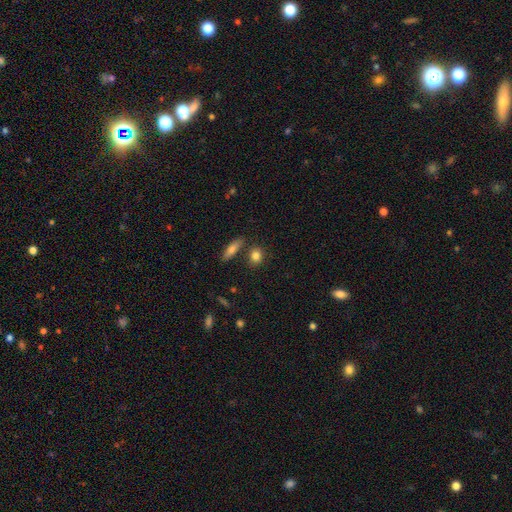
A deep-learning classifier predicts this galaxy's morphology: smooth-or-featured: smooth: 83% | star or artifact: 9% | featured or disk: 8%
  how-rounded: round: 52% | in between: 41% | cigar-shaped: 7%
  merging: none: 74% | merger: 12% | minor disturbance: 11% | major disturbance: 3%